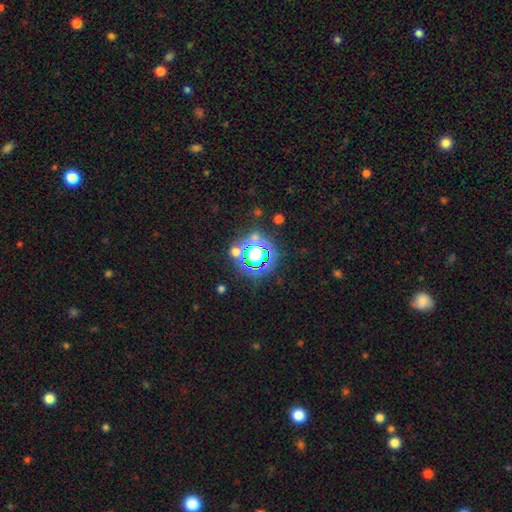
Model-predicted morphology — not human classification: smooth_or_featured: star or artifact (p=0.46) [alt: smooth p=0.37]